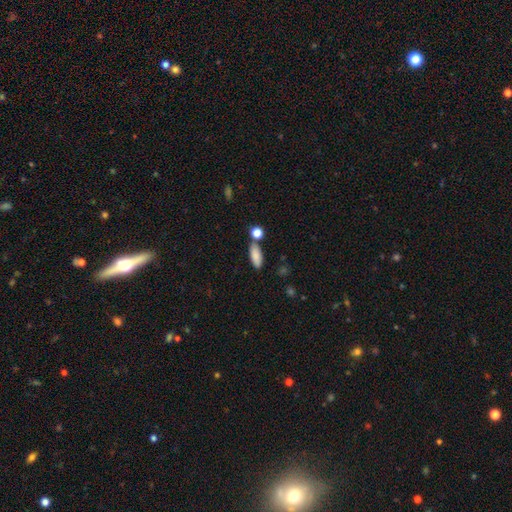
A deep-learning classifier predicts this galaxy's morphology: A smooth galaxy with no disk features (85%) that is in between round and cigar-shaped (74%). Merging: none (72%).